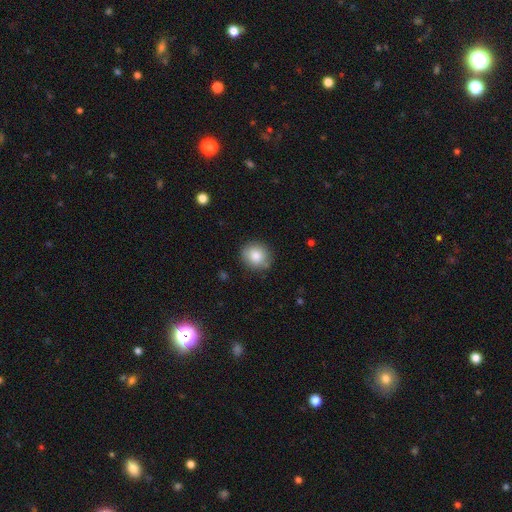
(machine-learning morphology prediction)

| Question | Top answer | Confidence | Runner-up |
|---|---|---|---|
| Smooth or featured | smooth | 83% | featured or disk (9%) |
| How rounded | round | 79% | in between (20%) |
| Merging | none | 84% | minor disturbance (12%) |